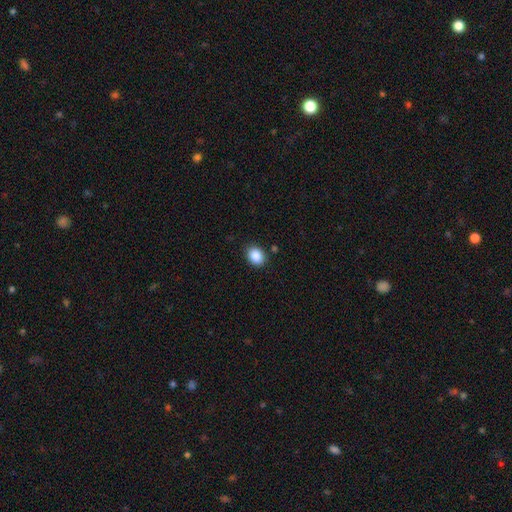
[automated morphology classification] This is clearly a smooth galaxy (88%). How rounded: possibly in between (56%). Merging: clearly none (86%).